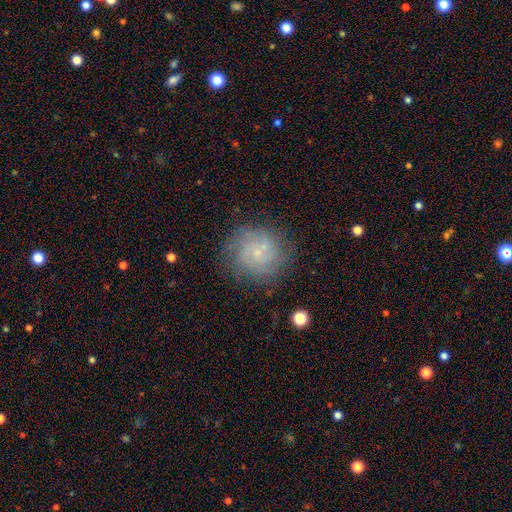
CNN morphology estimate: Smooth or featured: featured or disk — 45% (smooth — 36%)
Merging: none — 81% (minor disturbance — 13%)